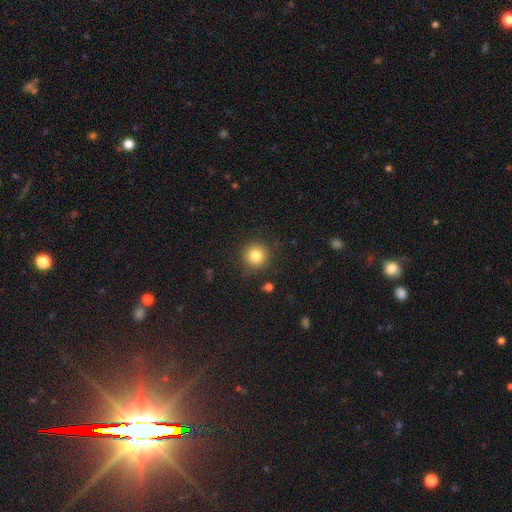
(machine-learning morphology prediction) Smooth or featured? Predicted: smooth (p=0.83). How rounded? Predicted: round (p=0.94). Merging? Predicted: none (p=0.88).